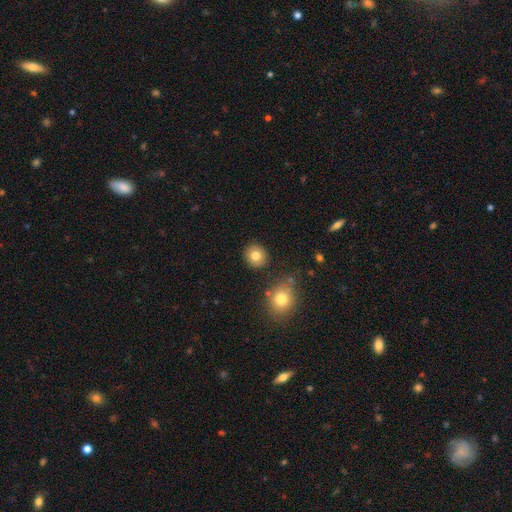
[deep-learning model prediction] Smooth or featured? Predicted: smooth (p=0.80). How rounded? Predicted: round (p=0.90). Merging? Predicted: none (p=0.88).